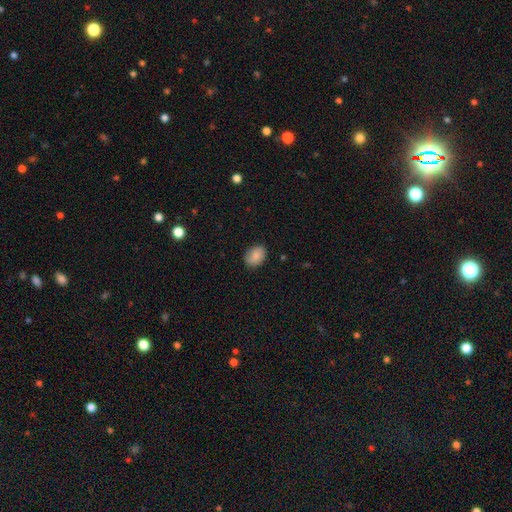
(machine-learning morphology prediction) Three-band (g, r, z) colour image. It shows a smooth galaxy with no disk features (85%) that is in between round and cigar-shaped (71%). Merging: none (85%).